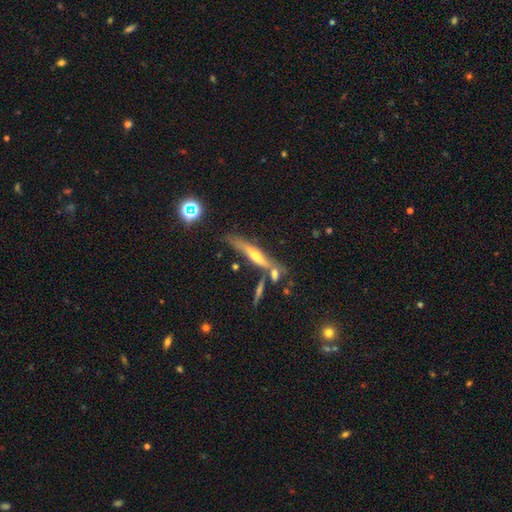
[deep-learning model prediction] Smooth or featured? Predicted: featured or disk (p=0.64). Edge-on disk? Predicted: yes (p=0.90). Edge-on bulge? Predicted: rounded (p=0.81). Merging? Predicted: none (p=0.59).